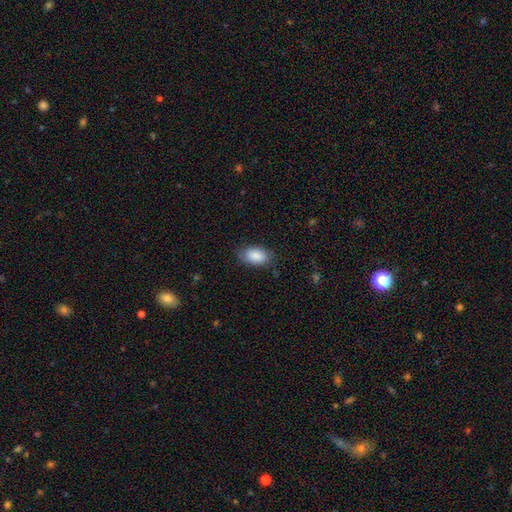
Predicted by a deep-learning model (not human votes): Smooth or featured: smooth — 88% (star or artifact — 6%)
How rounded: in between — 93% (round — 5%)
Merging: none — 75% (minor disturbance — 19%)